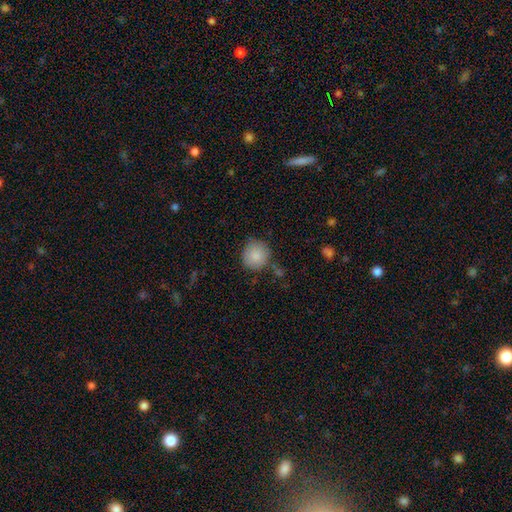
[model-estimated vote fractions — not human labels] Q: Smooth or featured?
A: smooth (87%); runner-up: star or artifact (8%)
Q: How rounded?
A: round (91%); runner-up: in between (8%)
Q: Merging?
A: none (78%); runner-up: minor disturbance (14%)